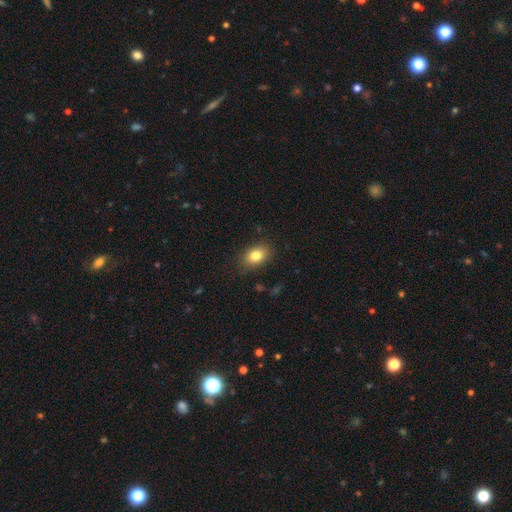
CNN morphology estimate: Smooth or featured? Predicted: smooth (p=0.82). How rounded? Predicted: in between (p=0.81). Merging? Predicted: none (p=0.84).